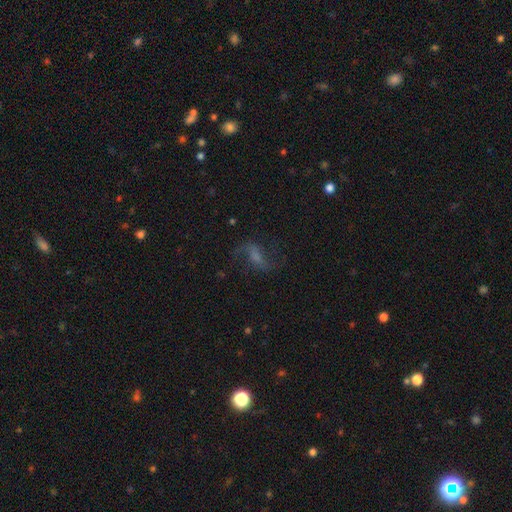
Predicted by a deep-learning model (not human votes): featured or disk 69%, smooth 18%, star or artifact 13%. Down the decision tree: edge-on disk — no (94%); bar — weak (45%); spiral arms — yes (92%); spiral arm count — 2 (90%); spiral winding — loose (75%); bulge size — none (39%); merging — none (69%).